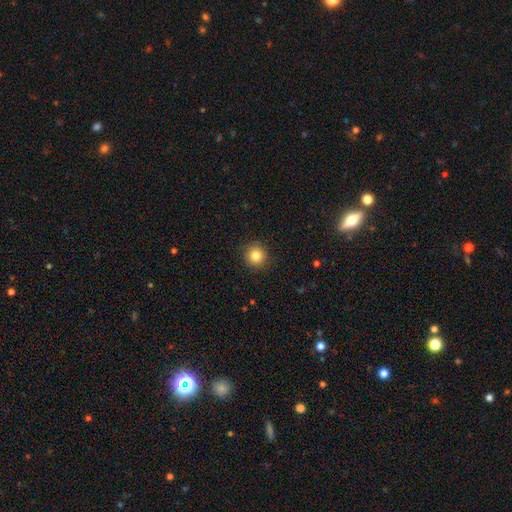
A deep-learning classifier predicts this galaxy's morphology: smooth_or_featured: smooth (p=0.82) [alt: star or artifact p=0.11]
how_rounded: round (p=0.94) [alt: in between p=0.05]
merging: none (p=0.91) [alt: minor disturbance p=0.06]